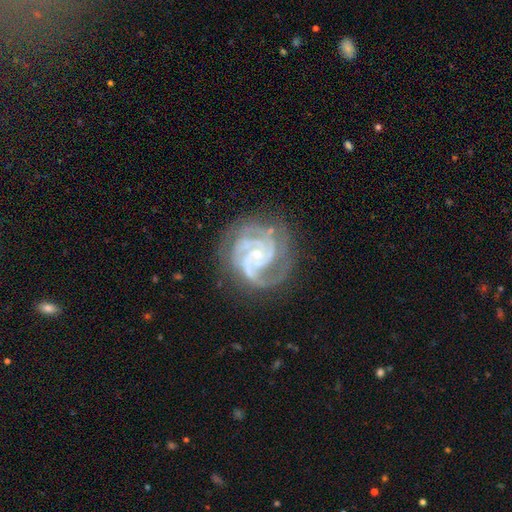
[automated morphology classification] Overall: featured or disk (92%). Edge-on disk: no (98%). Bar: no (67%). Spiral arms: yes (99%). Spiral arm count: 3 (52%; 2 17%). Spiral winding: tight (63%; medium 34%). Bulge size: small (75%). Merging: none (74%).